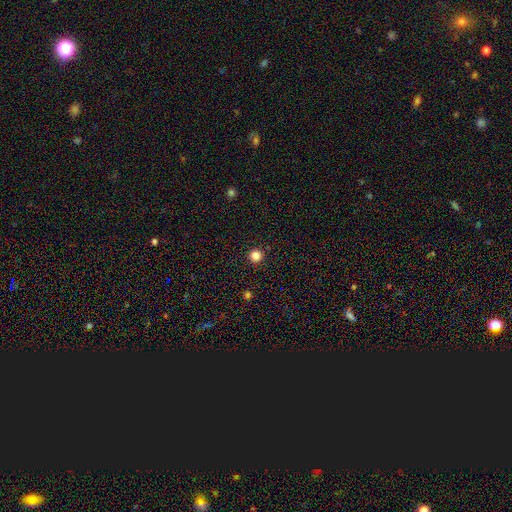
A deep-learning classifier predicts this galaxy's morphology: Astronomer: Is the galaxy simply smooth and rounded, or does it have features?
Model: smooth — 84%.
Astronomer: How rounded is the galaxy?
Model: round — 97%.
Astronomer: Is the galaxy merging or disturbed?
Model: none — 94%.